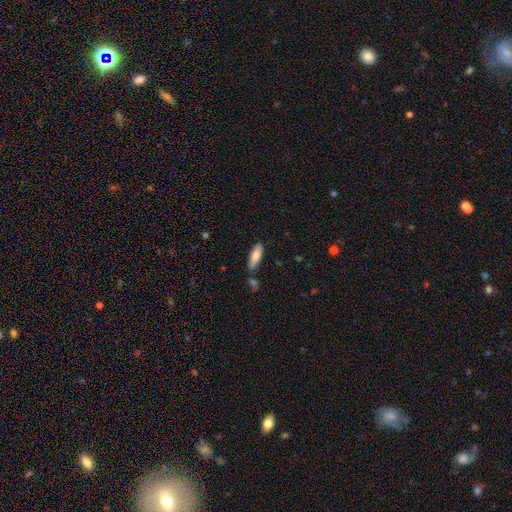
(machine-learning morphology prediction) This appears to be a smooth galaxy with no disk features (78%) that is in between round and cigar-shaped (54%). Merging: none (77%).